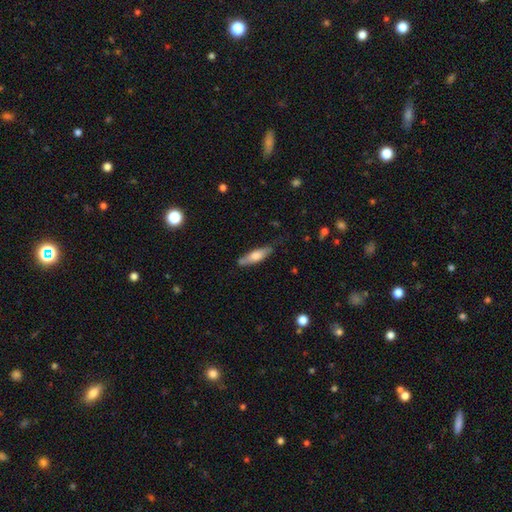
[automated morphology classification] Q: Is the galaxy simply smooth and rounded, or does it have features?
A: smooth — 63%.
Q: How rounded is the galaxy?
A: cigar-shaped — 59%.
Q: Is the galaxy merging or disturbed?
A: none — 68%.